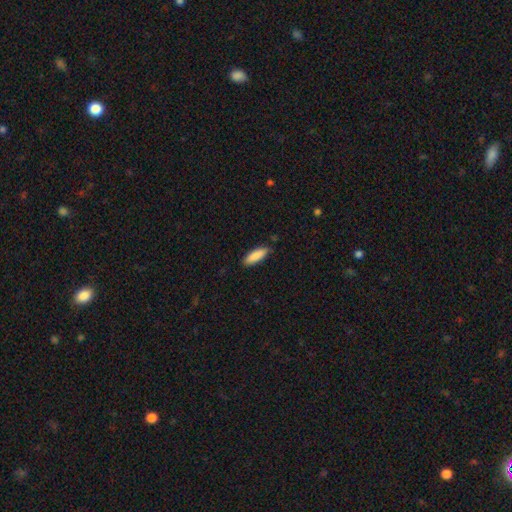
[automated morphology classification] smooth 88%, featured or disk 6%, star or artifact 6%. Down the decision tree: how rounded — in between (55%); merging — none (84%).